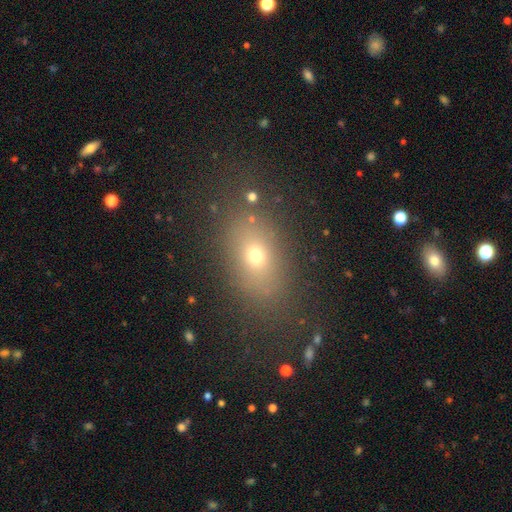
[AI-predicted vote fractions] smooth 66%, star or artifact 19%, featured or disk 15%. Down the decision tree: how rounded — in between (73%); merging — none (80%).